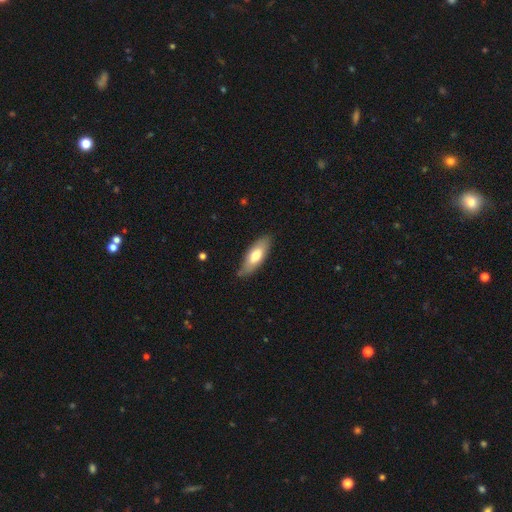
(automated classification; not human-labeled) This is likely a smooth galaxy (68%). How rounded: likely in between (69%). Merging: likely none (79%).